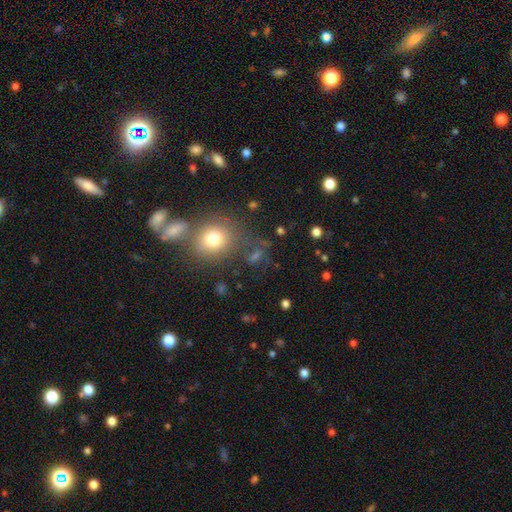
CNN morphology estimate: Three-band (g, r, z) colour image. It shows a smooth galaxy with no disk features (61%) that is round (62%). Merging: none (65%).